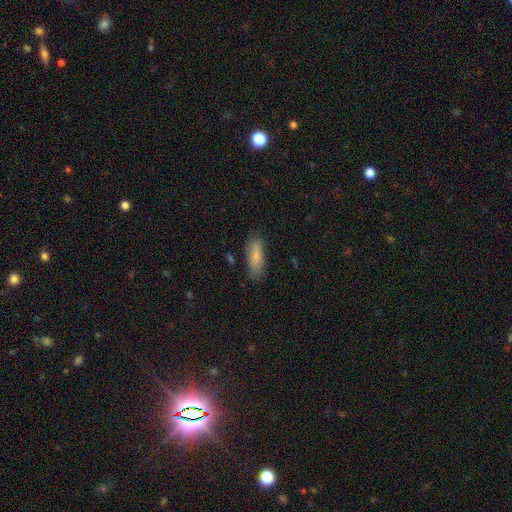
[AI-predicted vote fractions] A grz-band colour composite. It shows a smooth galaxy with no disk features (77%) that is in between round and cigar-shaped (59%). Merging: none (79%).